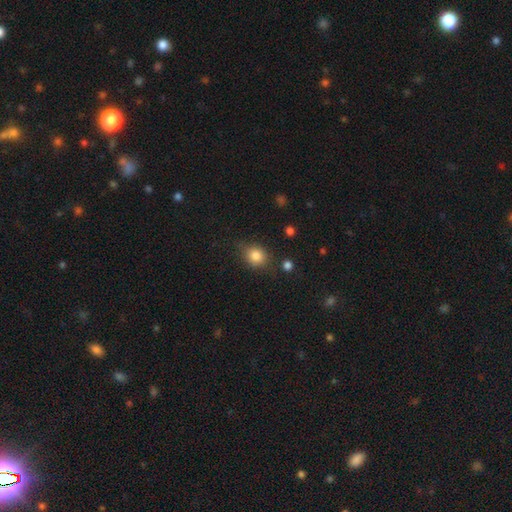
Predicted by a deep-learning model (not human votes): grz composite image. It shows a smooth galaxy with no disk features (82%) that is round (61%). Merging: none (70%).